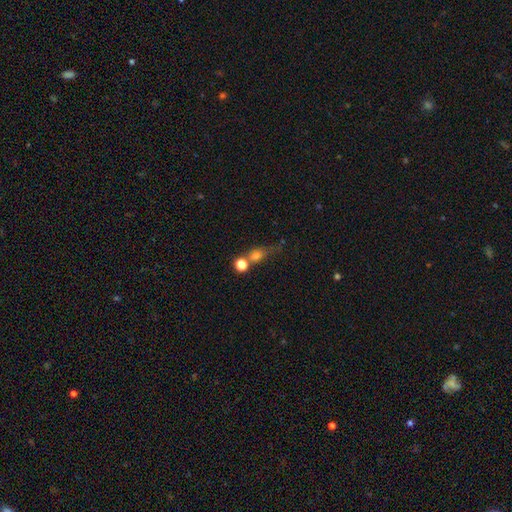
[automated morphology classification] smooth 69%, star or artifact 17%, featured or disk 14%. Down the decision tree: how rounded — round (63%); merging — none (38%).